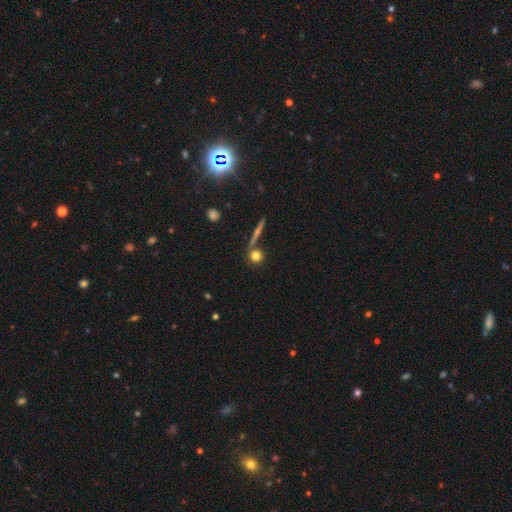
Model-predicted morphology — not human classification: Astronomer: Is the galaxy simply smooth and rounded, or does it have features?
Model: smooth — 74%.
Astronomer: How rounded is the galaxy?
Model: round — 89%.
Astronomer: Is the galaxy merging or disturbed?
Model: none — 72%.